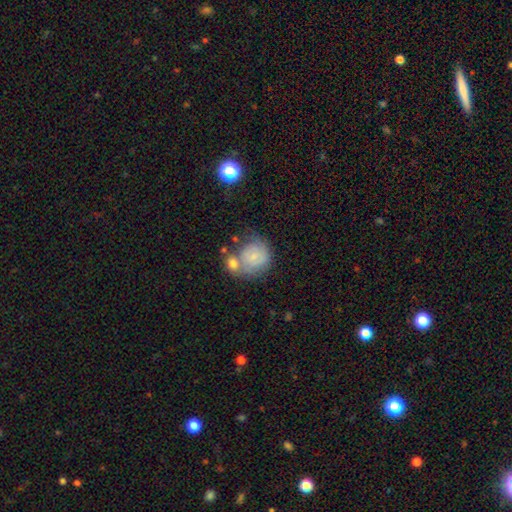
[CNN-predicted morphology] A smooth galaxy with no disk features (59%) that is round (78%).

Vote fractions:
- Smooth or featured? smooth: 59% / featured or disk: 33% / star or artifact: 8%
- How rounded? round: 78% / in between: 21% / cigar-shaped: 1%
- Merging? none: 36% / merger: 35% / minor disturbance: 18% / major disturbance: 11%